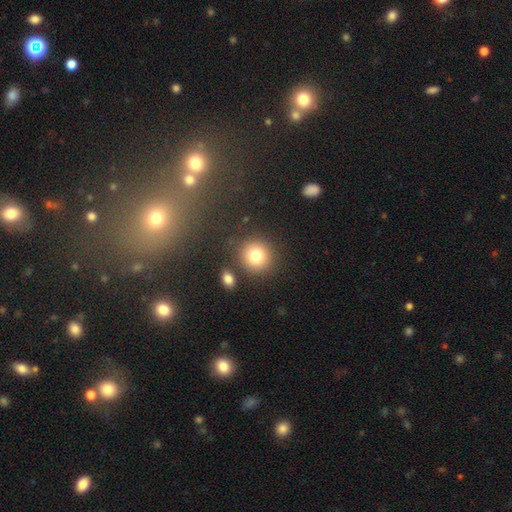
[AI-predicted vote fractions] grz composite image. It shows a smooth galaxy with no disk features (80%) that is round (88%). Merging: none (83%).